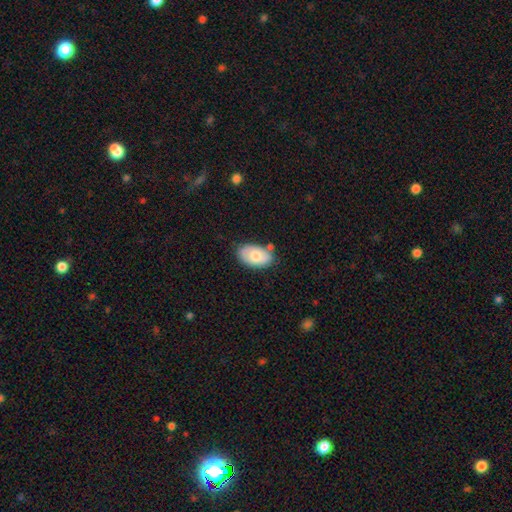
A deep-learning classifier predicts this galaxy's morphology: A smooth galaxy with no disk features (71%) that is in between round and cigar-shaped (93%).

Vote fractions:
- Smooth or featured? smooth: 71% / featured or disk: 23% / star or artifact: 6%
- How rounded? in between: 93% / round: 6% / cigar-shaped: 1%
- Merging? none: 72% / minor disturbance: 18% / merger: 7% / major disturbance: 4%